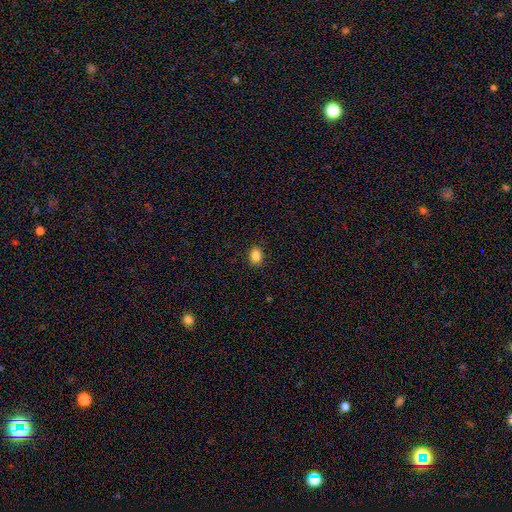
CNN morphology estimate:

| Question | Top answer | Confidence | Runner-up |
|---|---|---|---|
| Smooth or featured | smooth | 85% | star or artifact (11%) |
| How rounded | in between | 60% | round (39%) |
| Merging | none | 88% | minor disturbance (8%) |